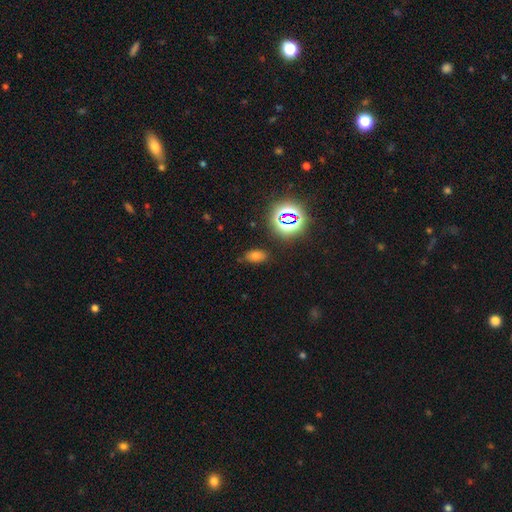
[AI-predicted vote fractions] A smooth galaxy with no disk features (61%) that is in between round and cigar-shaped (86%).

Vote fractions:
- Smooth or featured? smooth: 61% / star or artifact: 30% / featured or disk: 9%
- How rounded? in between: 86% / round: 12% / cigar-shaped: 2%
- Merging? none: 81% / minor disturbance: 13% / major disturbance: 4% / merger: 2%